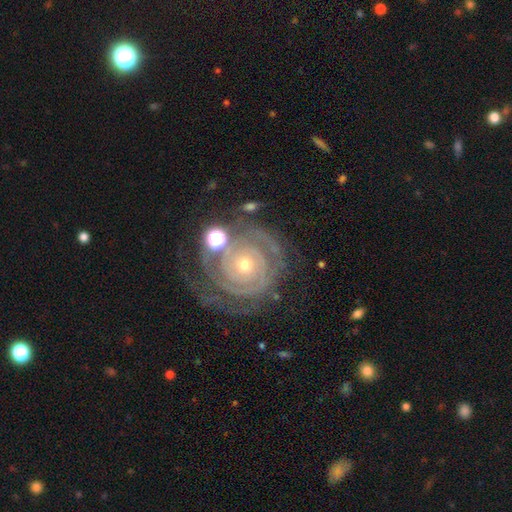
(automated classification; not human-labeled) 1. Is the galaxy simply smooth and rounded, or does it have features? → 85% featured or disk, 8% star or artifact, 7% smooth.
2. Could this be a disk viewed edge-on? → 97% no, 3% yes.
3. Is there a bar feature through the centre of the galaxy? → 78% no, 14% weak, 7% strong.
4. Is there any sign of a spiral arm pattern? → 95% yes, 5% no.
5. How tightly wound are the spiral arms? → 82% tight, 14% medium, 3% loose.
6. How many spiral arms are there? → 30% 2, 27% can't tell, 20% 3, 10% 4, 7% more than 4, 6% 1.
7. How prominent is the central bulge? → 64% small, 31% moderate, 2% large, 1% none, 1% dominant.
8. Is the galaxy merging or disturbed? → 68% none, 16% minor disturbance, 9% major disturbance, 7% merger.